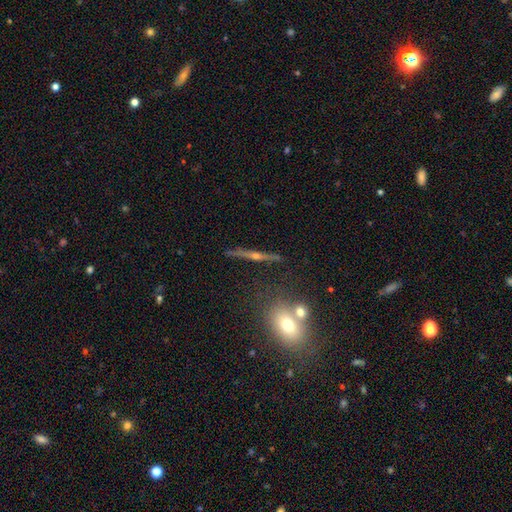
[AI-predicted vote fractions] featured or disk 75%, smooth 13%, star or artifact 12%. Down the decision tree: edge-on disk — yes (94%); edge-on bulge — rounded (87%); merging — none (82%).